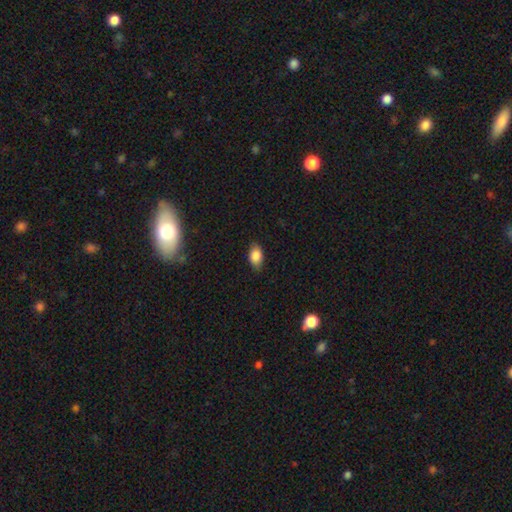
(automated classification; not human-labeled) This is clearly a smooth galaxy (86%). How rounded: clearly in between (89%). Merging: clearly none (83%).